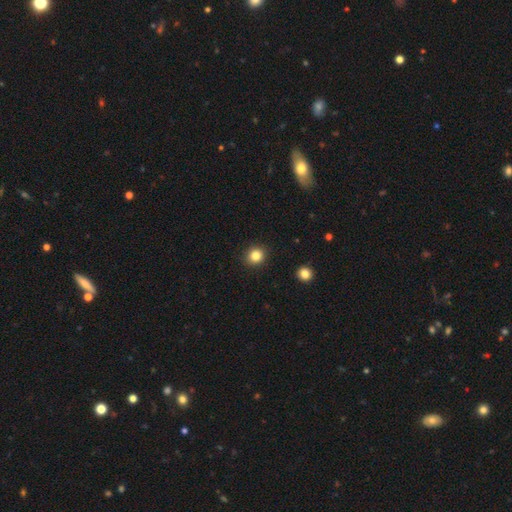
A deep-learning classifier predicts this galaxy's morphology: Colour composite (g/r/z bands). It shows a smooth galaxy with no disk features (84%) that is round (83%). Merging: none (91%).